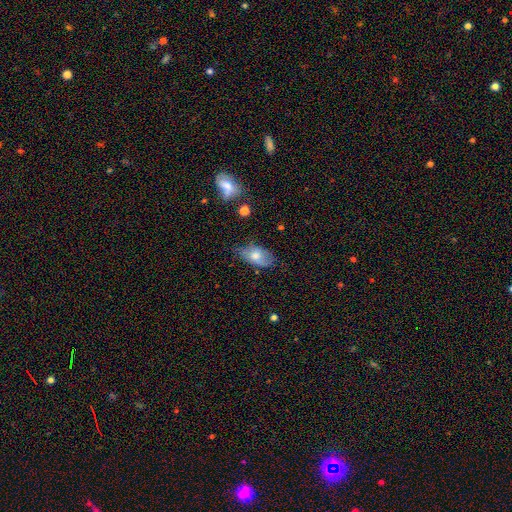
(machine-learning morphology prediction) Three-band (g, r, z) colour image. It shows a smooth galaxy with no disk features (66%) that is in between round and cigar-shaped (92%). Merging: none (59%).